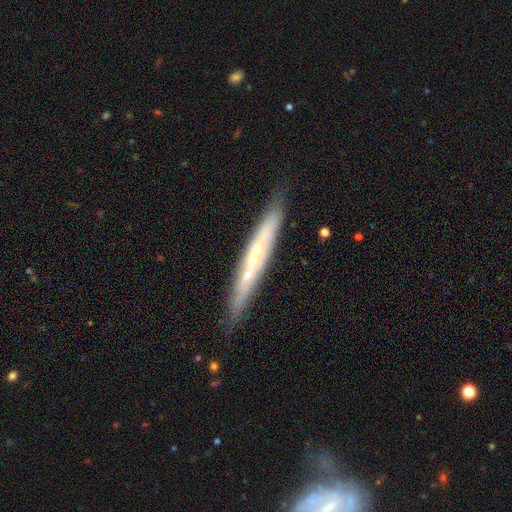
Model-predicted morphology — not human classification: featured or disk 55%, smooth 38%, star or artifact 7%. Down the decision tree: edge-on disk — yes (88%); merging — none (84%).